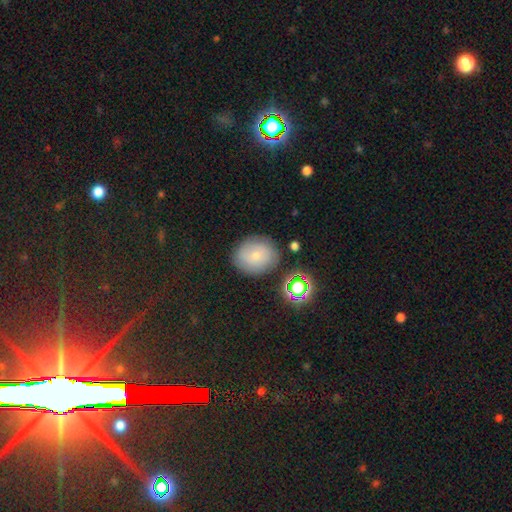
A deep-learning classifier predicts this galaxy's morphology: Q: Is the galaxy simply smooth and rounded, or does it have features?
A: smooth — 67%.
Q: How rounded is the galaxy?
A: round — 73%.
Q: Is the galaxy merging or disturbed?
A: none — 79%.